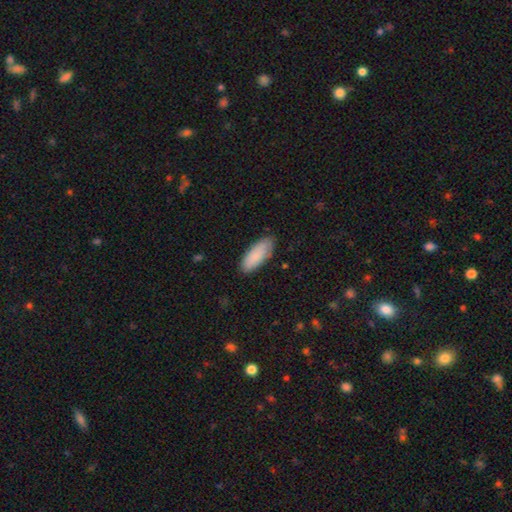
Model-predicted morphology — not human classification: smooth 88%, featured or disk 7%, star or artifact 6%. Down the decision tree: how rounded — in between (75%); merging — none (82%).